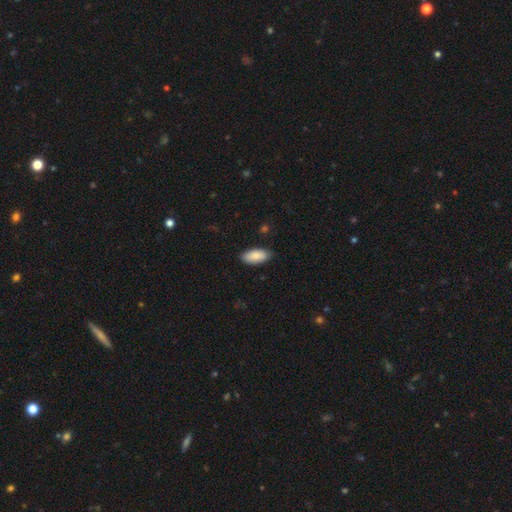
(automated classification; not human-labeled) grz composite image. It shows a smooth galaxy with no disk features (87%) that is in between round and cigar-shaped (91%). Merging: none (86%).